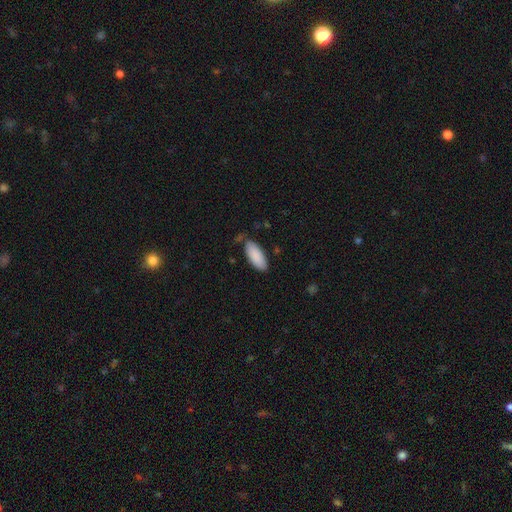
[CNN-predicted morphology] Smooth or featured? Predicted: smooth (p=0.89). How rounded? Predicted: in between (p=0.85). Merging? Predicted: none (p=0.77).